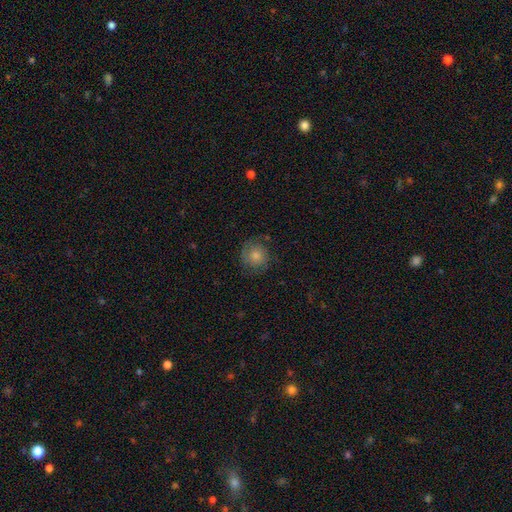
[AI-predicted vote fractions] The model was most divided on "smooth or featured": smooth: 69%, featured or disk: 22%, star or artifact: 9%. More confident: how rounded — round (88%); merging — none (73%).